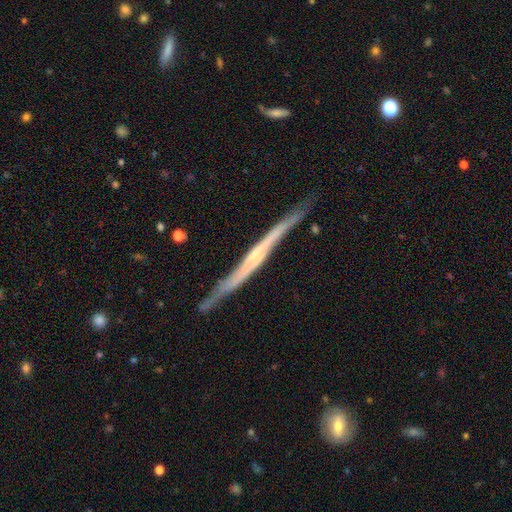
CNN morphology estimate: Smooth or featured? featured or disk (78%)
Edge-on disk? yes (94%)
Edge-on bulge? none (52%)
Merging? none (75%)